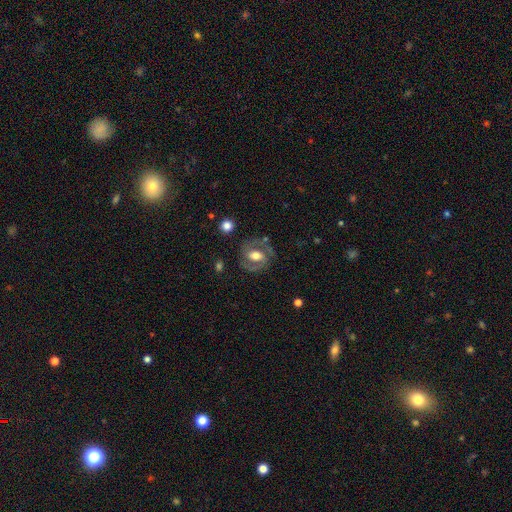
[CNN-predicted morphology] This is likely a featured or disk galaxy (71%). It is clearly not viewed edge-on (96%). Bar: marginally weak (40%). Spiral arm pattern: clearly yes (81%). Spiral arm count: clearly 2 (85%). Spiral winding: possibly medium (50%). Central bulge: likely moderate (61%). Merging: likely none (72%).